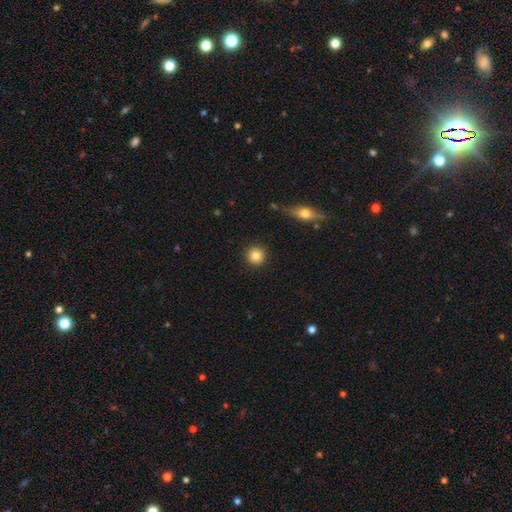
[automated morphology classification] Smooth or featured?
  - smooth: 84% *
  - star or artifact: 9%
  - featured or disk: 7%
How rounded?
  - round: 94% *
  - in between: 5%
  - cigar-shaped: 1%
Merging?
  - none: 91% *
  - minor disturbance: 6%
  - major disturbance: 2%
  - merger: 1%